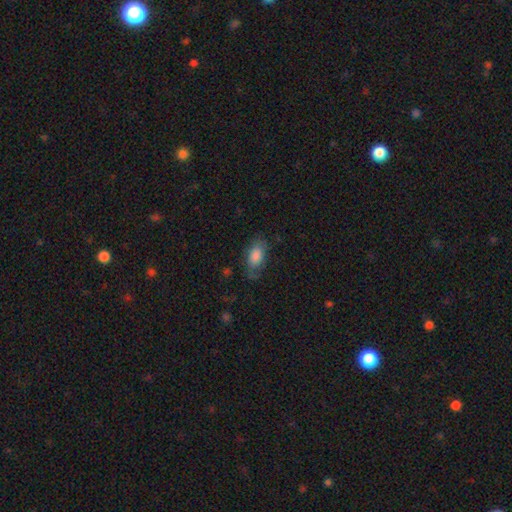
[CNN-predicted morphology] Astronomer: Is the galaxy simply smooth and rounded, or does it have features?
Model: smooth — 79%.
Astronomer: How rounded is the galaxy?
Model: in between — 90%.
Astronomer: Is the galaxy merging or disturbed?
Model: none — 65%.